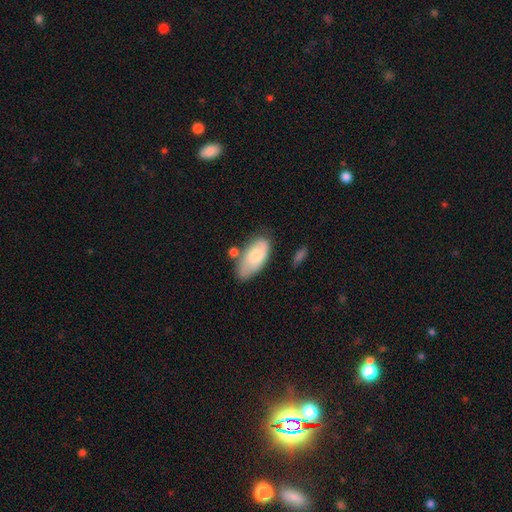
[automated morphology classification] smooth 70%, featured or disk 24%, star or artifact 6%. Down the decision tree: how rounded — in between (92%); merging — none (57%).